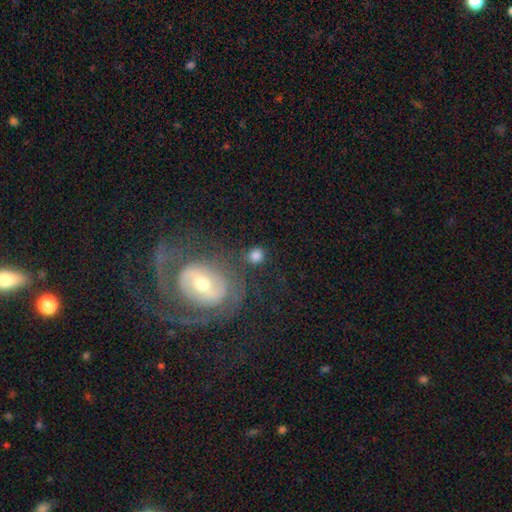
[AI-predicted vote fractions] The model was most divided on "how rounded": round: 77%, in between: 22%, cigar-shaped: 1%. More confident: smooth or featured — smooth (76%); merging — none (73%).